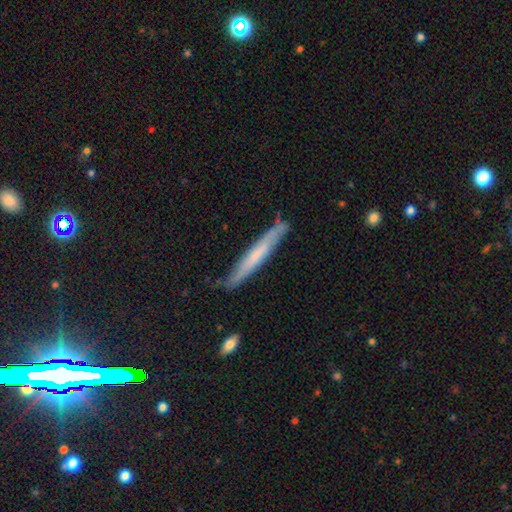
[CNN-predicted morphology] Smooth or featured? smooth (51%)
How rounded? cigar-shaped (95%)
Merging? none (75%)